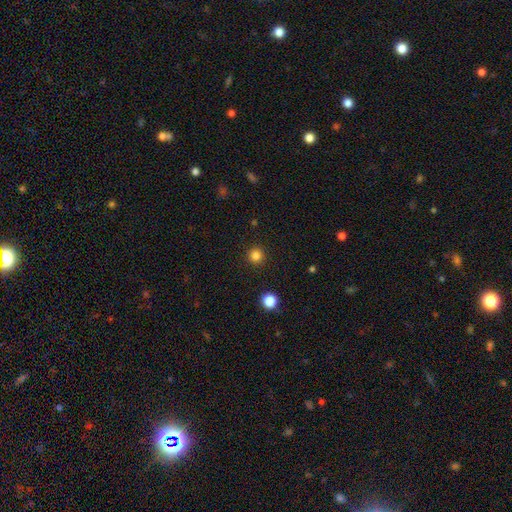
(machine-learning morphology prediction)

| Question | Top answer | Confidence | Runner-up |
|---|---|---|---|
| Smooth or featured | smooth | 82% | star or artifact (14%) |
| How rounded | round | 96% | in between (3%) |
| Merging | none | 93% | minor disturbance (4%) |